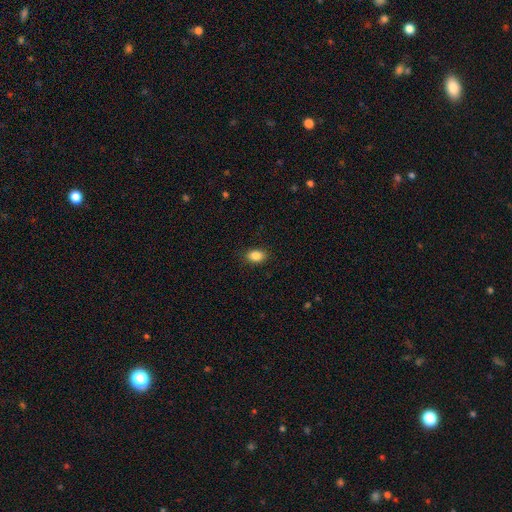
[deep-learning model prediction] Smooth or featured? Predicted: smooth (p=0.86). How rounded? Predicted: in between (p=0.82). Merging? Predicted: none (p=0.89).